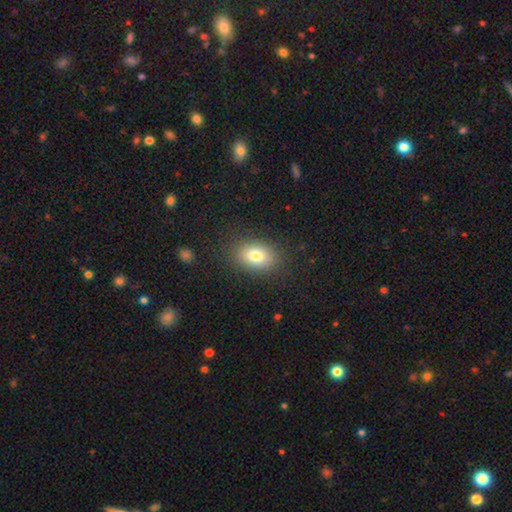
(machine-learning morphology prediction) type=smooth (79%); roundness=in between (80%); merging=none (85%).